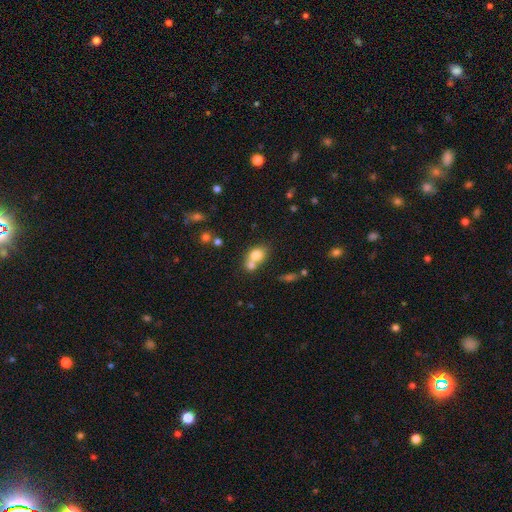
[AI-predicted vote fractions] Q: Smooth or featured?
A: smooth (75%); runner-up: featured or disk (14%)
Q: How rounded?
A: in between (52%); runner-up: round (47%)
Q: Merging?
A: merger (56%); runner-up: none (31%)